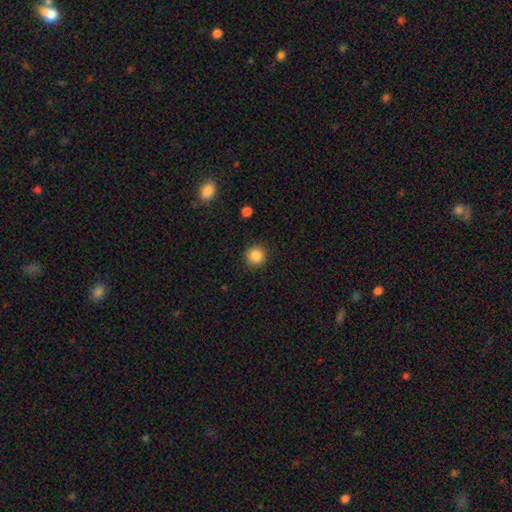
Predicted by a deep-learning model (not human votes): The model was most divided on "smooth or featured": smooth: 86%, star or artifact: 10%, featured or disk: 4%. More confident: how rounded — round (93%); merging — none (91%).